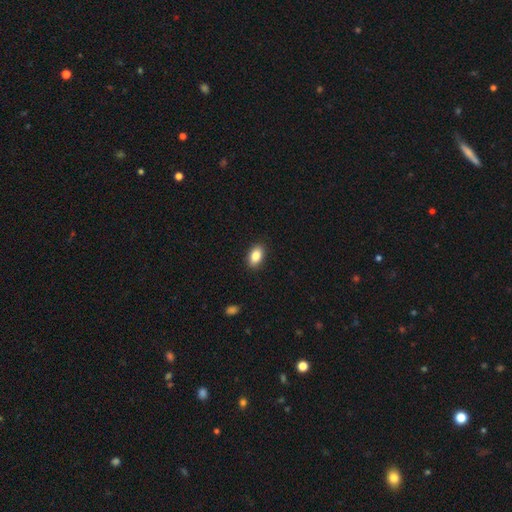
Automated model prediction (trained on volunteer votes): Overall: smooth (86%). How rounded: in between (90%). Merging: none (89%).